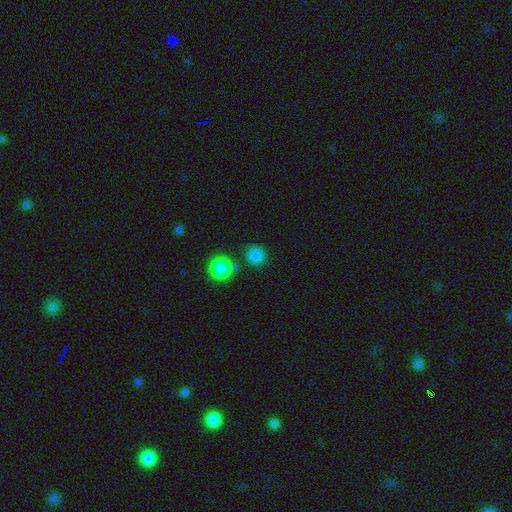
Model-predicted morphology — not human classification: smooth_or_featured: smooth (p=0.85) [alt: star or artifact p=0.11]
how_rounded: round (p=0.89) [alt: in between p=0.10]
merging: none (p=0.81) [alt: merger p=0.08]